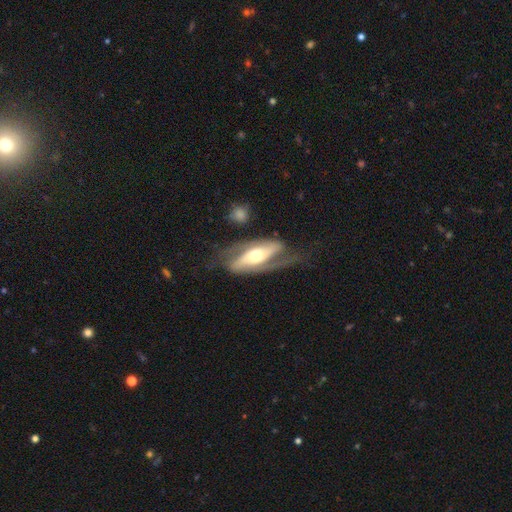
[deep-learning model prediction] Smooth or featured?
  - featured or disk: 78% *
  - smooth: 17%
  - star or artifact: 5%
Edge-on disk?
  - no: 85% *
  - yes: 15%
Bar?
  - no: 40% *
  - strong: 35%
  - weak: 25%
Spiral arms?
  - yes: 86% *
  - no: 14%
Spiral winding?
  - loose: 46% *
  - medium: 37%
  - tight: 17%
Spiral arm count?
  - 2: 82% *
  - 1: 9%
  - can't tell: 6%
  - 3: 1%
  - 4: 1%
  - more than 4: 1%
Bulge size?
  - moderate: 69% *
  - large: 16%
  - small: 12%
  - dominant: 2%
  - none: 1%
Merging?
  - none: 50% *
  - major disturbance: 23%
  - minor disturbance: 23%
  - merger: 3%